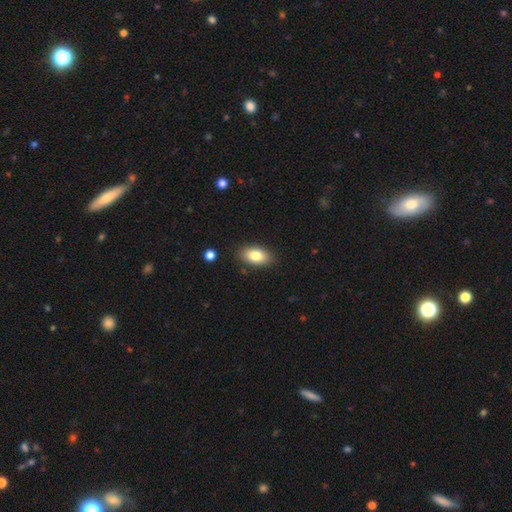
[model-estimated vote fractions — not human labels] Overall: smooth (82%). How rounded: in between (91%). Merging: none (87%).